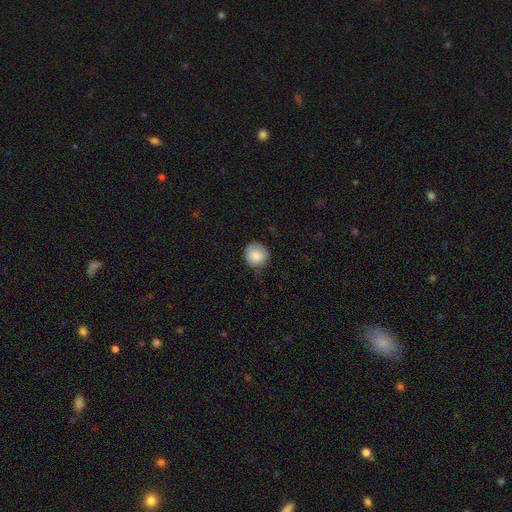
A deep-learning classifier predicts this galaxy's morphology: Q: Smooth or featured?
A: smooth (82%); runner-up: featured or disk (10%)
Q: How rounded?
A: round (85%); runner-up: in between (14%)
Q: Merging?
A: none (66%); runner-up: minor disturbance (26%)